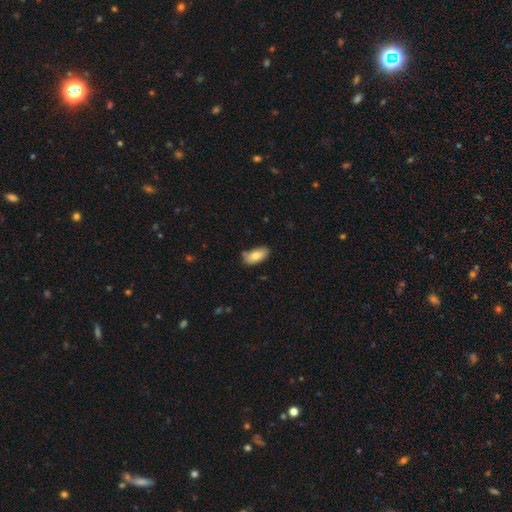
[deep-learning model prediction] smooth_or_featured: smooth (p=0.78) [alt: featured or disk p=0.15]
how_rounded: in between (p=0.91) [alt: cigar-shaped p=0.06]
merging: none (p=0.67) [alt: minor disturbance p=0.23]